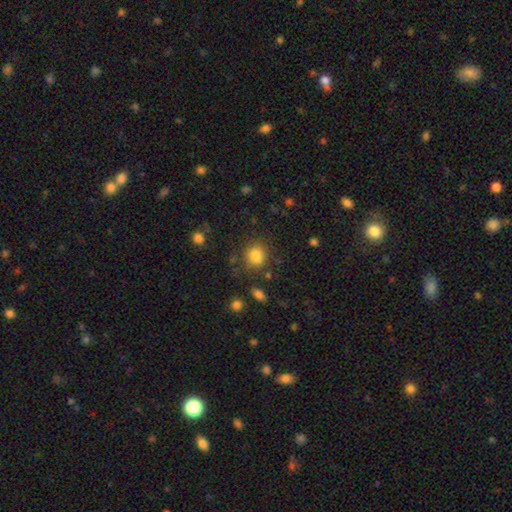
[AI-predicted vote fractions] The model was most divided on "how rounded": round: 69%, in between: 30%, cigar-shaped: 1%. More confident: smooth or featured — smooth (80%); merging — none (69%).